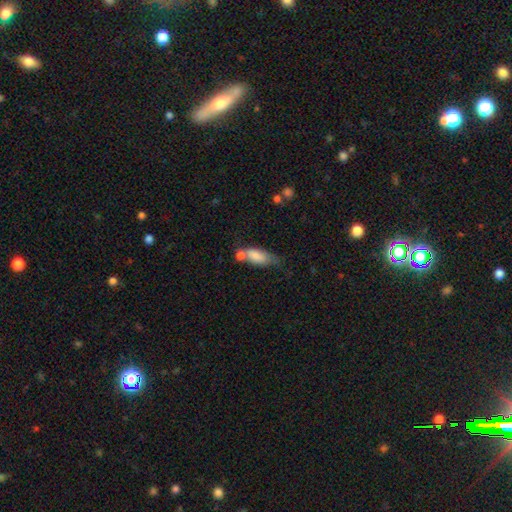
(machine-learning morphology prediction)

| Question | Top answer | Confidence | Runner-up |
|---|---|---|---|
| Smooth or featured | smooth | 77% | featured or disk (16%) |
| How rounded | in between | 80% | cigar-shaped (17%) |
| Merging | merger | 41% | none (26%) |